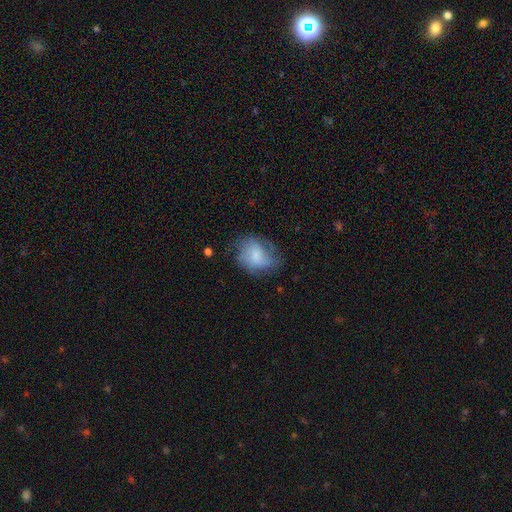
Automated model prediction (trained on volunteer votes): smooth 51%, featured or disk 40%, star or artifact 9%. Down the decision tree: how rounded — in between (60%); merging — none (54%).